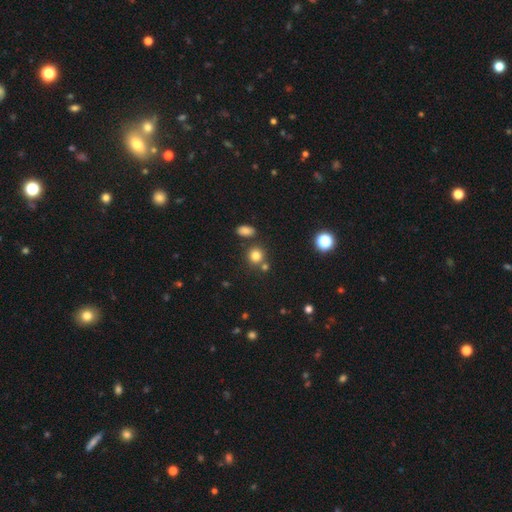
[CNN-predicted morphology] Overall: smooth (78%). How rounded: round (86%). Merging: none (71%).